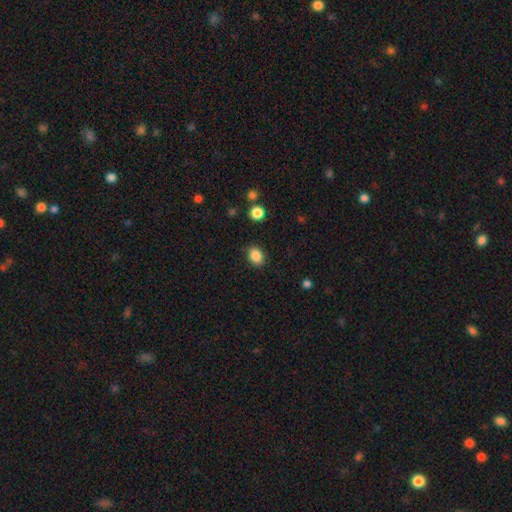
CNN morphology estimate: This is clearly a smooth galaxy (87%). How rounded: likely in between (65%). Merging: clearly none (86%).